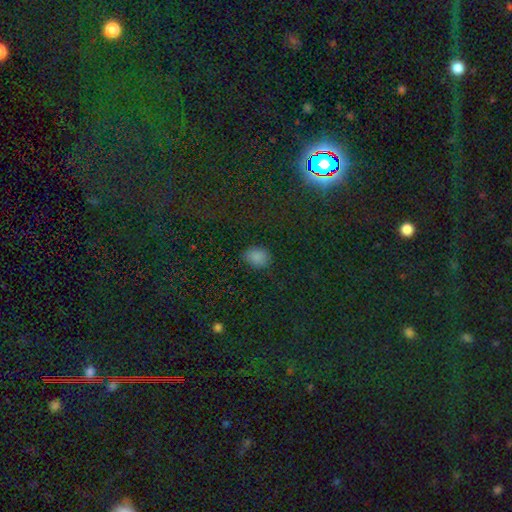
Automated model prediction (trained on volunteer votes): smooth_or_featured: smooth (p=0.79) [alt: star or artifact p=0.17]
how_rounded: in between (p=0.57) [alt: round p=0.42]
merging: none (p=0.85) [alt: minor disturbance p=0.11]